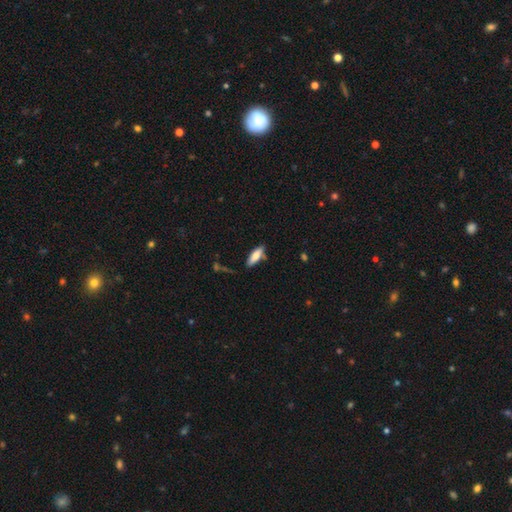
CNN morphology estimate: Smooth or featured? smooth (75%)
How rounded? in between (53%)
Merging? none (76%)